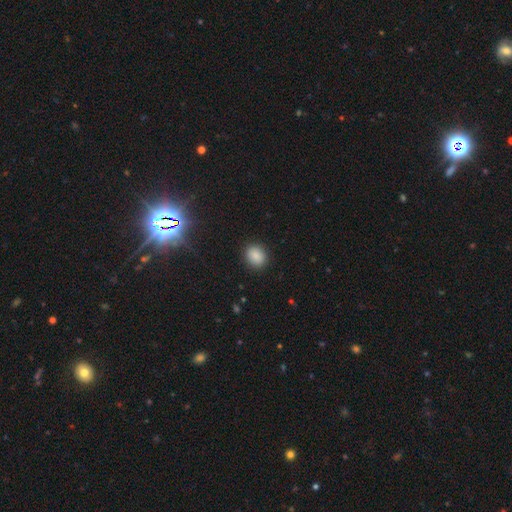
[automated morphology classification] Smooth or featured: smooth — 86% (star or artifact — 10%)
How rounded: round — 65% (in between — 33%)
Merging: none — 89% (minor disturbance — 8%)